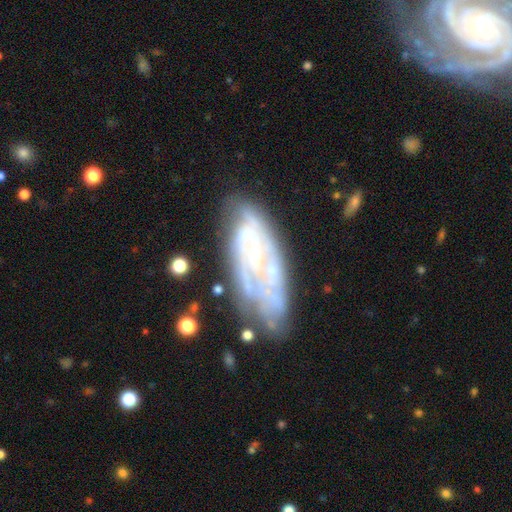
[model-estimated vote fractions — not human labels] Overall: featured or disk (75%). Edge-on disk: no (88%). Bar: no (64%; weak 26%). Spiral arms: yes (65%; no 35%). Bulge size: small (61%; none 21%). Merging: none (61%; minor disturbance 22%).